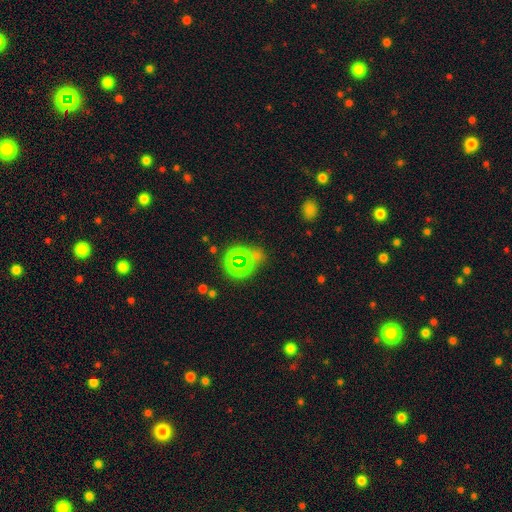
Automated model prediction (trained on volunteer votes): A star or artifact, not a galaxy (65%).

Vote fractions:
- Smooth or featured? star or artifact: 65% / smooth: 25% / featured or disk: 10%